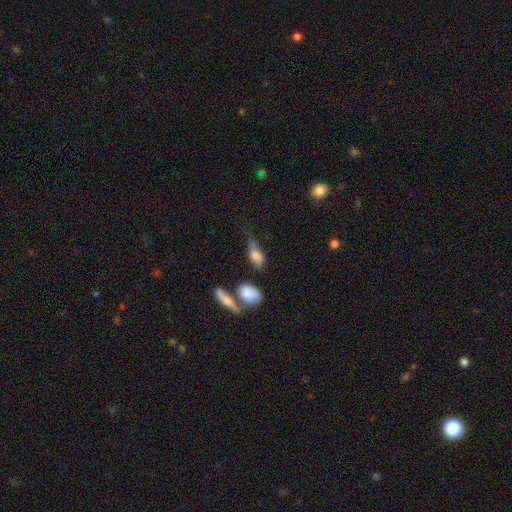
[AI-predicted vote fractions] The model was most divided on "merging": minor disturbance: 33%, none: 30%, major disturbance: 25%, merger: 13%. More confident: how rounded — in between (78%); smooth or featured — smooth (70%).